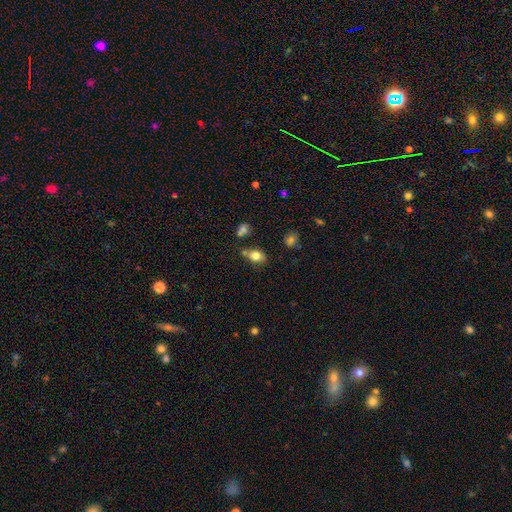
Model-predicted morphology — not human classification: A smooth galaxy with no disk features (79%) that is in between round and cigar-shaped (68%).

Vote fractions:
- Smooth or featured? smooth: 79% / star or artifact: 11% / featured or disk: 10%
- How rounded? in between: 68% / round: 30% / cigar-shaped: 2%
- Merging? none: 56% / minor disturbance: 23% / merger: 14% / major disturbance: 7%